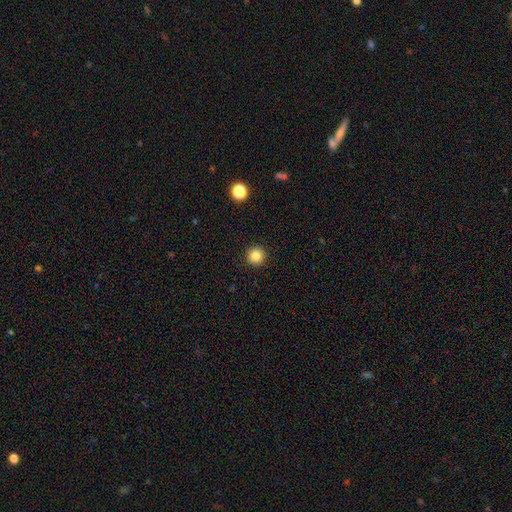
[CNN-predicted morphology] Smooth or featured: smooth — 84% (star or artifact — 11%)
How rounded: round — 96% (in between — 3%)
Merging: none — 93% (minor disturbance — 4%)